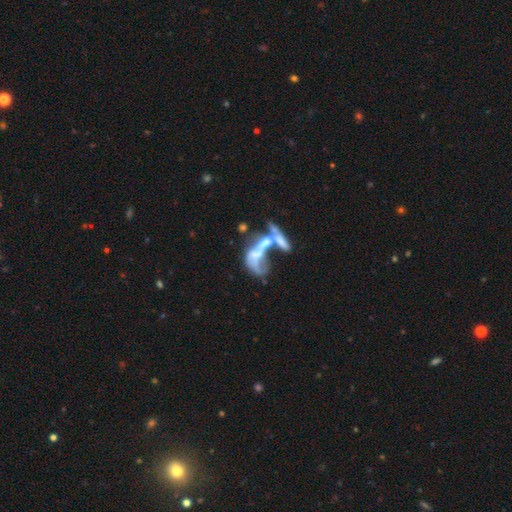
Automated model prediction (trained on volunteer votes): featured or disk 61%, smooth 26%, star or artifact 13%. Down the decision tree: edge-on disk — no (93%); bar — no (78%); spiral arms — no (80%); bulge size — none (57%); merging — merger (62%).